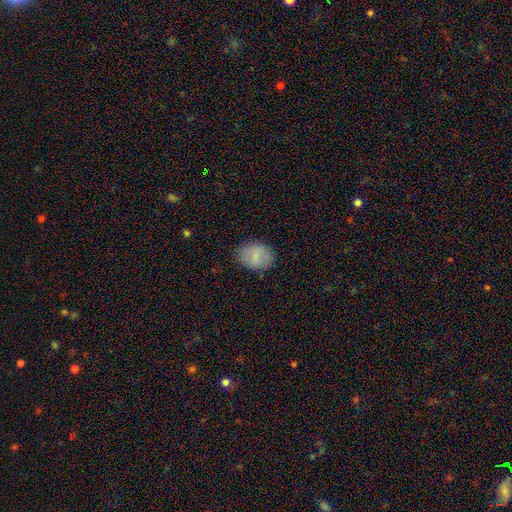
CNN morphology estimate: smooth 81%, featured or disk 11%, star or artifact 7%. Down the decision tree: how rounded — in between (68%); merging — none (80%).